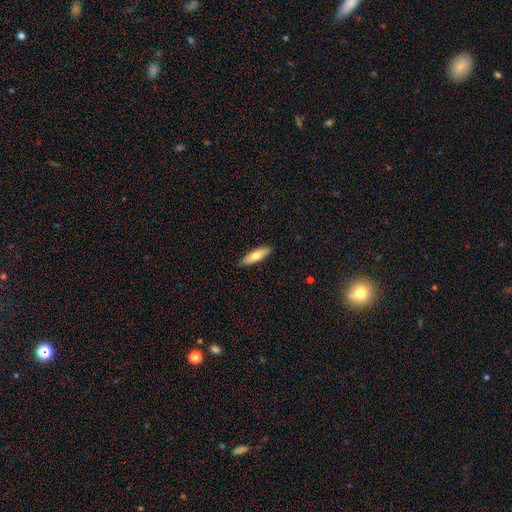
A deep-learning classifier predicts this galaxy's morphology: A smooth galaxy with no disk features (71%) that is cigar-shaped (61%). Merging: none (89%).